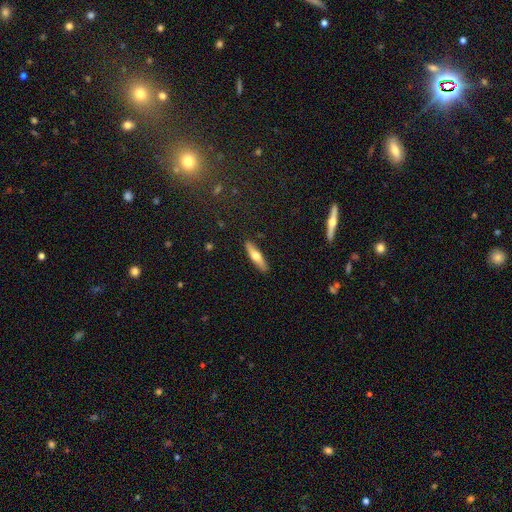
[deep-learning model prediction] Smooth or featured? Predicted: smooth (p=0.52). How rounded? Predicted: cigar-shaped (p=0.79). Merging? Predicted: none (p=0.89).